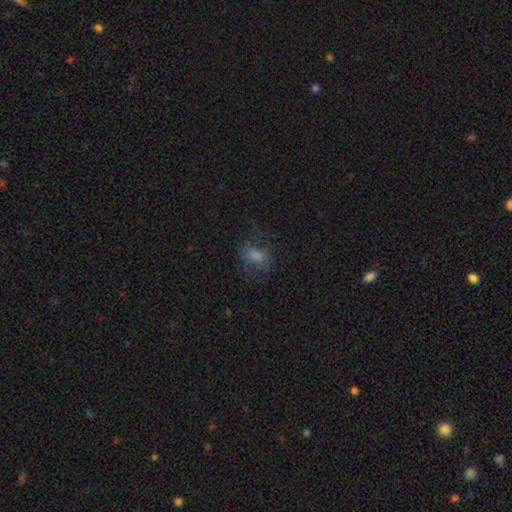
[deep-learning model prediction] The model was most divided on "smooth or featured": smooth: 58%, star or artifact: 22%, featured or disk: 20%. More confident: how rounded — in between (70%); merging — none (62%).